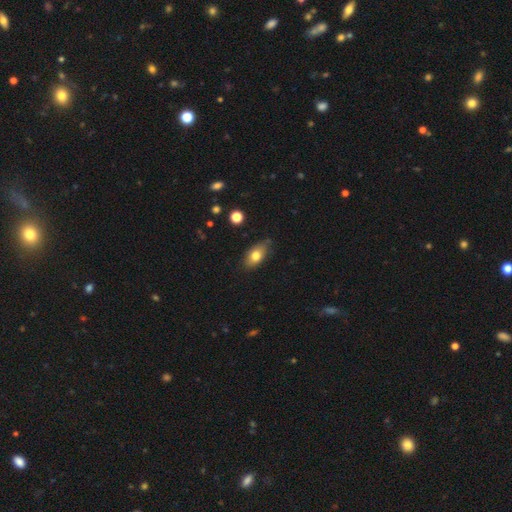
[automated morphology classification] smooth 77%, featured or disk 15%, star or artifact 8%. Down the decision tree: how rounded — in between (87%); merging — none (77%).